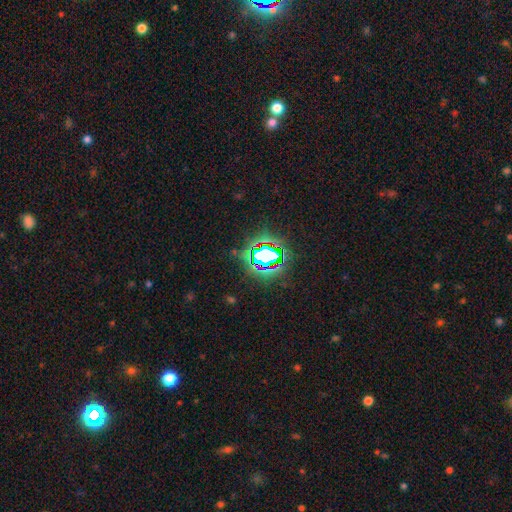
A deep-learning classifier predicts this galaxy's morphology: Smooth or featured?
  - star or artifact: 79% *
  - smooth: 12%
  - featured or disk: 9%